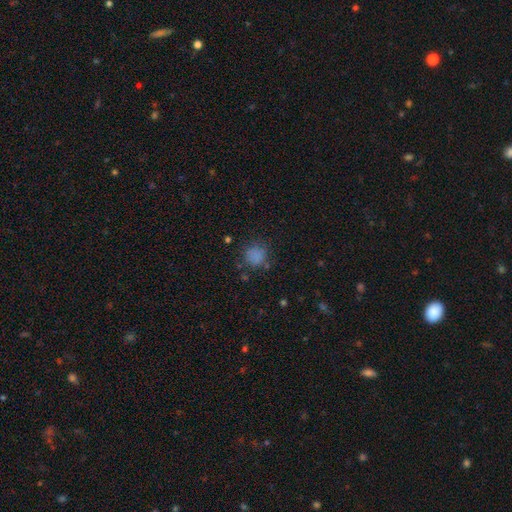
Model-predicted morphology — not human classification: smooth 77%, star or artifact 15%, featured or disk 8%. Down the decision tree: how rounded — round (80%); merging — none (71%).